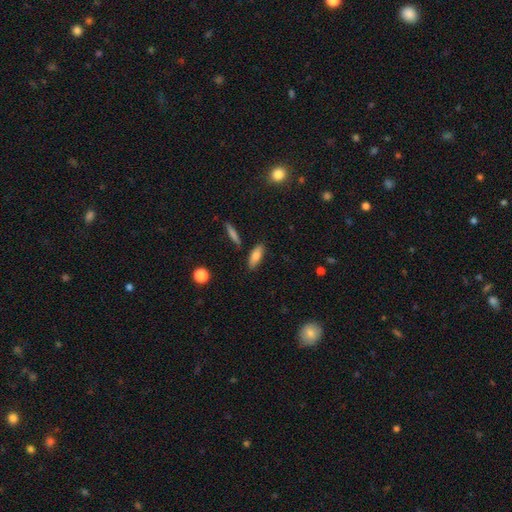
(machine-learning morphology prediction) Smooth or featured? smooth (80%)
How rounded? in between (73%)
Merging? none (82%)